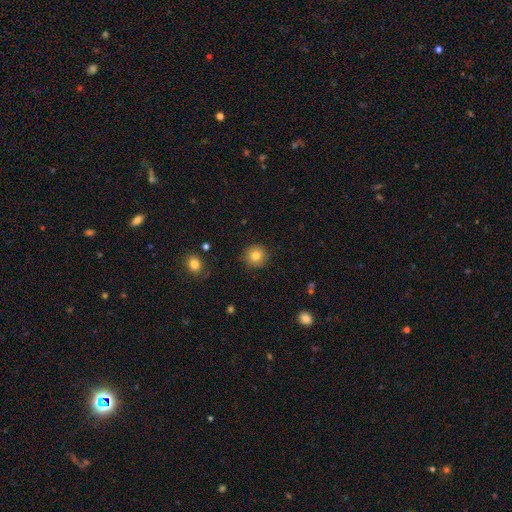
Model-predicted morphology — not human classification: Smooth or featured: smooth — 80% (star or artifact — 11%)
How rounded: round — 94% (in between — 5%)
Merging: none — 89% (minor disturbance — 7%)